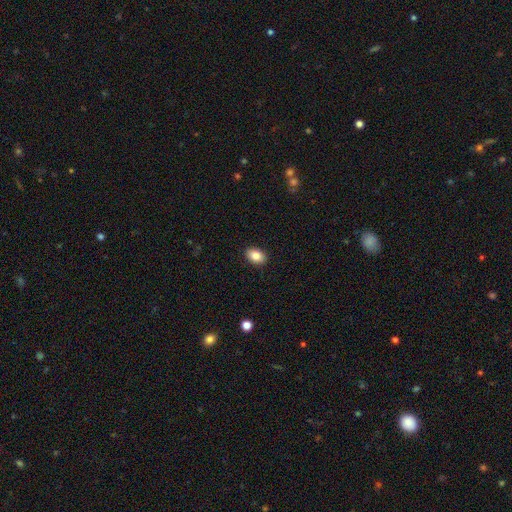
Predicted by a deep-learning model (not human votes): Smooth or featured: smooth — 86% (star or artifact — 8%)
How rounded: in between — 84% (round — 15%)
Merging: none — 90% (minor disturbance — 7%)